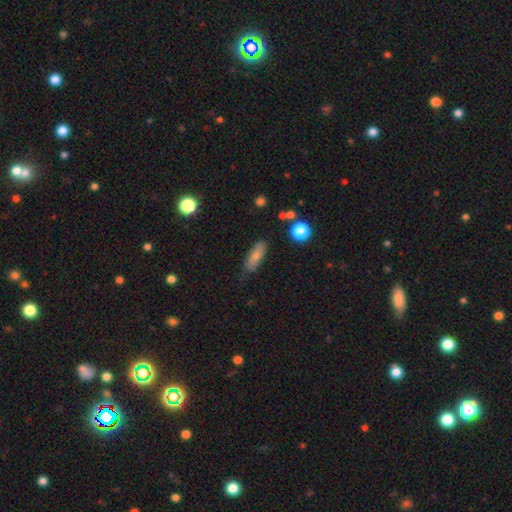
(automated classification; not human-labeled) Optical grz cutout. It shows a smooth galaxy with no disk features (78%) that is in between round and cigar-shaped (64%). Merging: none (68%).